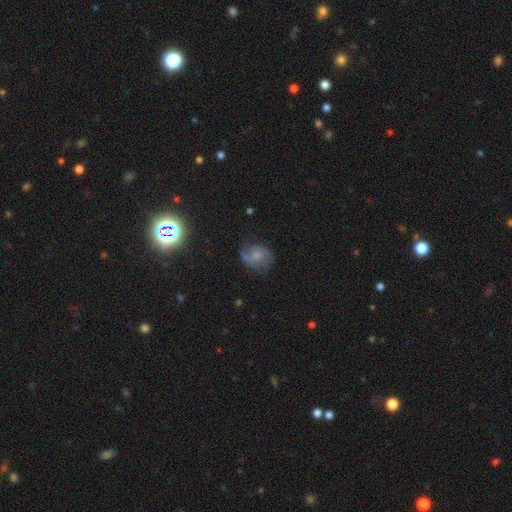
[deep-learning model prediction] A featured or disk galaxy (53%) with no bar (54%), spiral arms (84%) and a small central bulge (44%). Merging: none (61%).